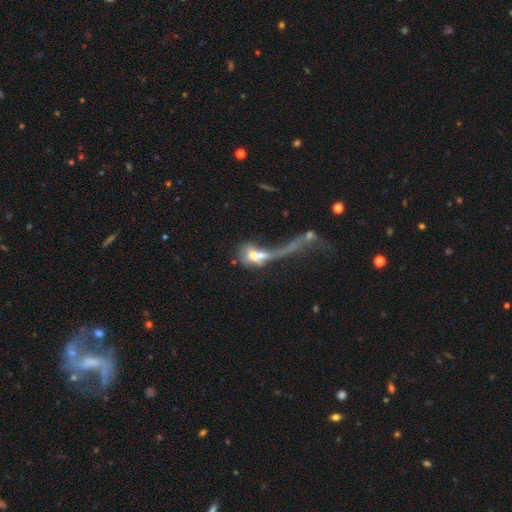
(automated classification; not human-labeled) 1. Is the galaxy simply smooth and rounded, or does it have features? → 49% smooth, 39% featured or disk, 11% star or artifact.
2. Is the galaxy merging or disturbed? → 52% merger, 31% major disturbance, 11% none, 6% minor disturbance.